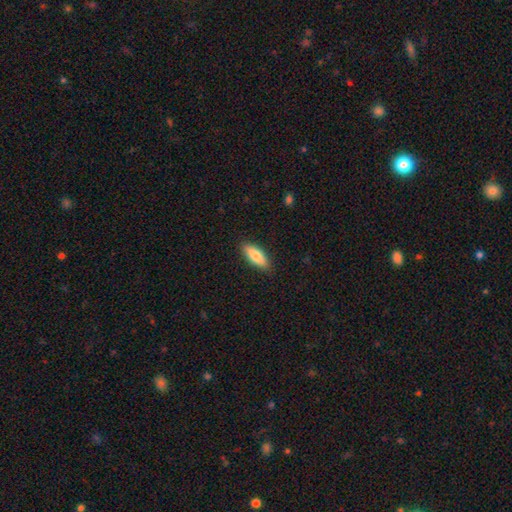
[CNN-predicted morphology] Smooth or featured: smooth — 80% (featured or disk — 14%)
How rounded: in between — 70% (cigar-shaped — 28%)
Merging: none — 89% (minor disturbance — 8%)